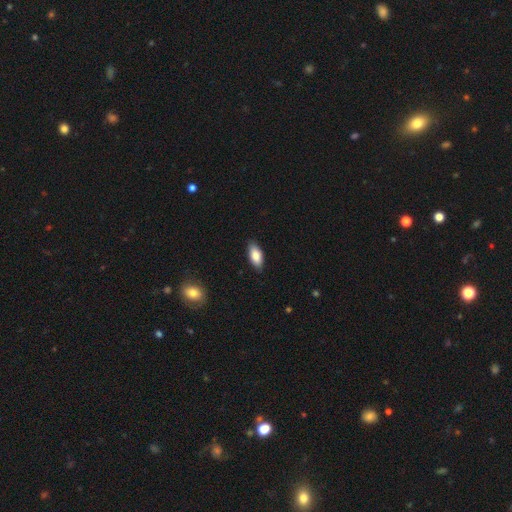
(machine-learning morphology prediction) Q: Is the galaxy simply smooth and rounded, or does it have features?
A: smooth — 83%.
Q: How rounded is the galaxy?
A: in between — 89%.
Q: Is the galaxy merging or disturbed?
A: none — 87%.